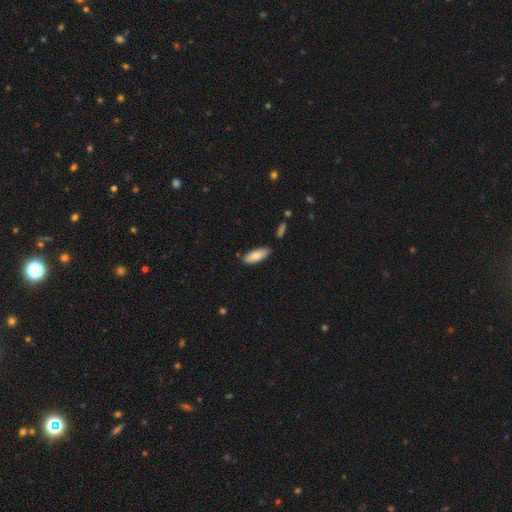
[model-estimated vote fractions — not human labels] Smooth or featured?
  - smooth: 81% *
  - featured or disk: 14%
  - star or artifact: 6%
How rounded?
  - in between: 74% *
  - cigar-shaped: 24%
  - round: 2%
Merging?
  - none: 83% *
  - minor disturbance: 12%
  - merger: 3%
  - major disturbance: 2%